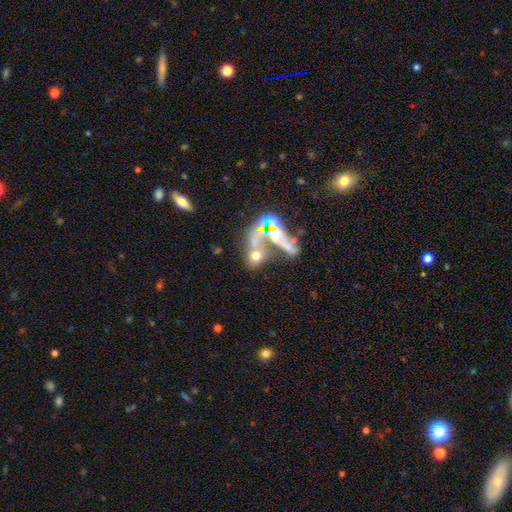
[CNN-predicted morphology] Smooth or featured? smooth (50%)
Merging? merger (51%)